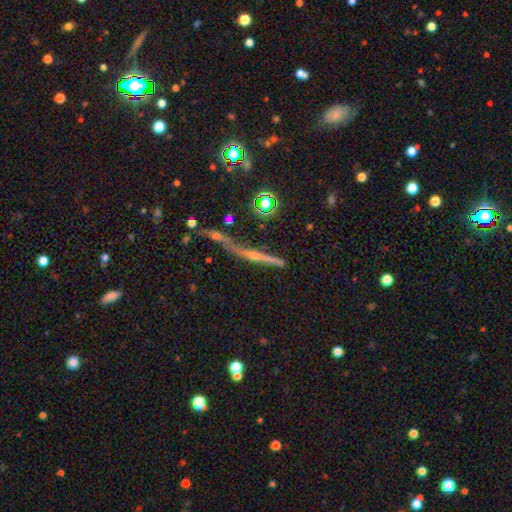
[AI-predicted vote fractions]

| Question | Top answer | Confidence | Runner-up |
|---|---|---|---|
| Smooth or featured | featured or disk | 60% | star or artifact (20%) |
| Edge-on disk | yes | 87% | no (13%) |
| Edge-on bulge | rounded | 63% | none (28%) |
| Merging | none | 52% | merger (21%) |